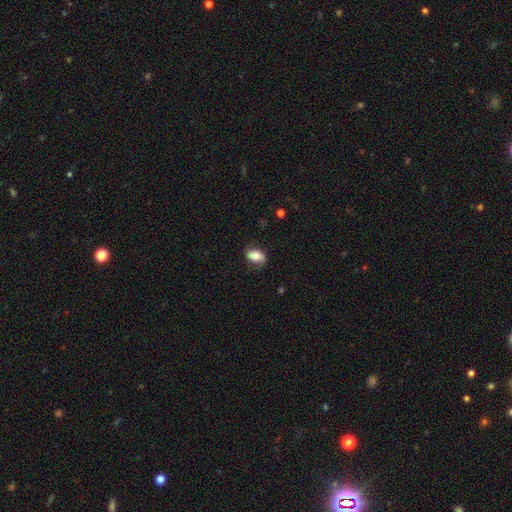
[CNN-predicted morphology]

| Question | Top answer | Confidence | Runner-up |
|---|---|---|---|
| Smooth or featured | smooth | 77% | featured or disk (16%) |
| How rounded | in between | 85% | round (13%) |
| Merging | none | 78% | minor disturbance (17%) |